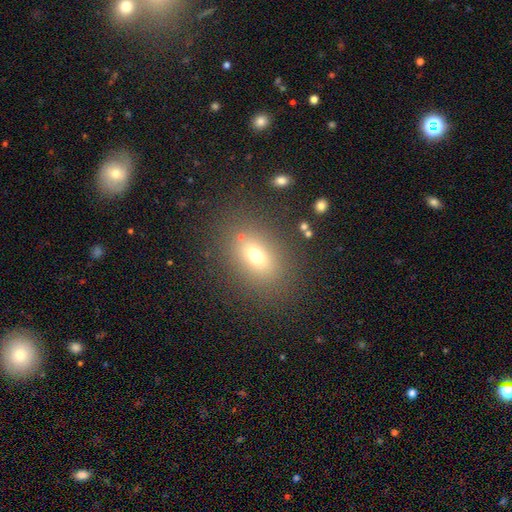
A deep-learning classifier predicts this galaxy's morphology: smooth-or-featured: smooth: 68% | star or artifact: 17% | featured or disk: 16%
  how-rounded: in between: 72% | round: 26% | cigar-shaped: 3%
  merging: none: 81% | minor disturbance: 10% | major disturbance: 6% | merger: 4%